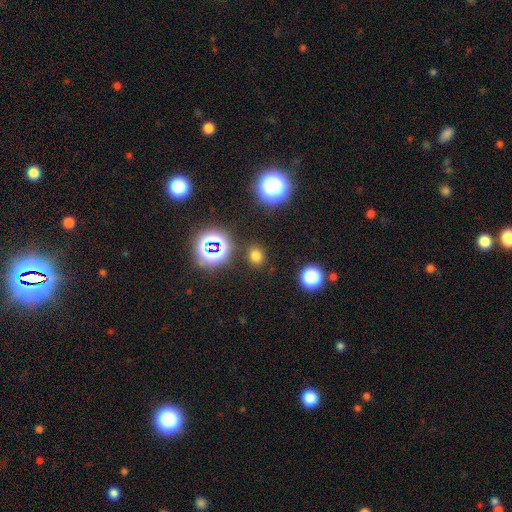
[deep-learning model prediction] smooth-or-featured: smooth: 71% | star or artifact: 23% | featured or disk: 6%
  how-rounded: round: 74% | in between: 25% | cigar-shaped: 1%
  merging: none: 86% | minor disturbance: 8% | major disturbance: 3% | merger: 3%